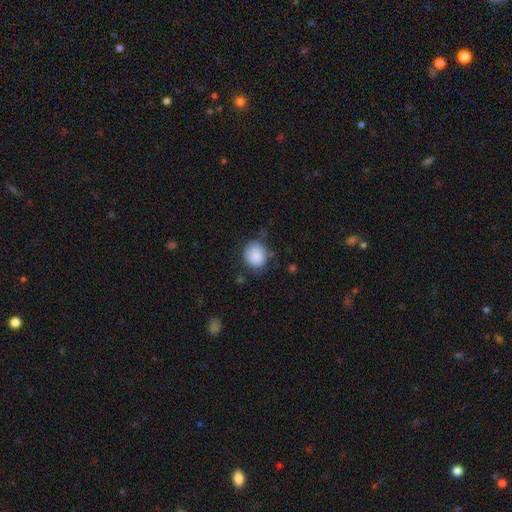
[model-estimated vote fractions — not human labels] Morphology: type=smooth (86%); roundness=round (71%); merging=none (69%).